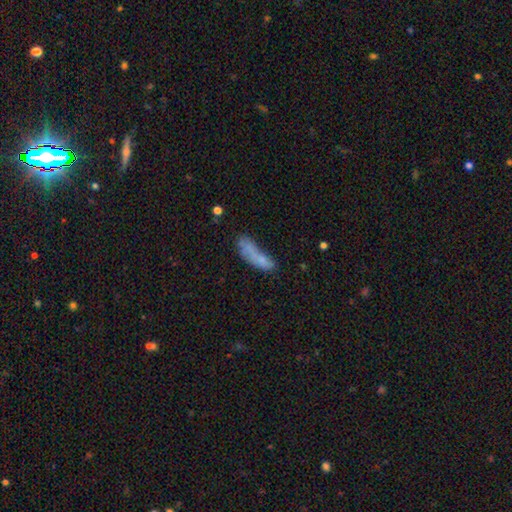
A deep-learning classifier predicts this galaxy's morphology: Smooth or featured?
  - smooth: 66% *
  - featured or disk: 22%
  - star or artifact: 12%
How rounded?
  - cigar-shaped: 57% *
  - in between: 40%
  - round: 3%
Merging?
  - none: 39% *
  - minor disturbance: 24%
  - merger: 19%
  - major disturbance: 18%